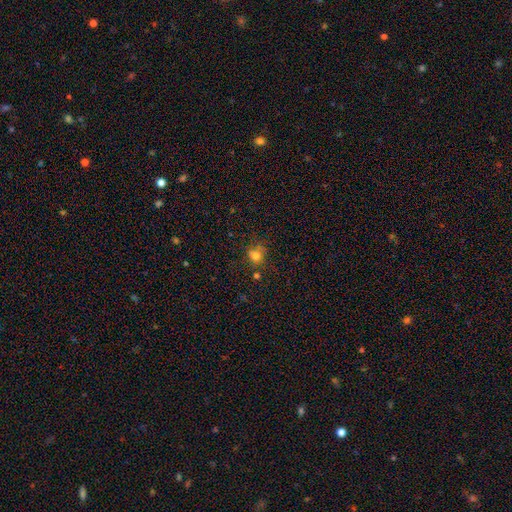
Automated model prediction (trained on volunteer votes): Smooth or featured: smooth — 73% (star or artifact — 18%)
How rounded: round — 75% (in between — 24%)
Merging: none — 59% (minor disturbance — 20%)